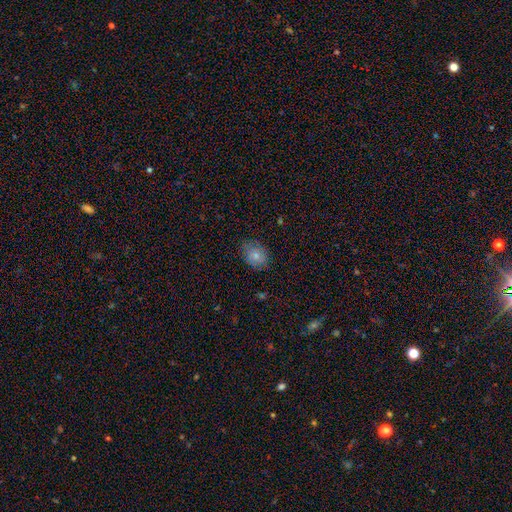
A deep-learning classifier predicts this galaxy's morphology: Smooth or featured?
  - smooth: 75% *
  - featured or disk: 15%
  - star or artifact: 9%
How rounded?
  - round: 50% *
  - in between: 49%
  - cigar-shaped: 1%
Merging?
  - none: 76% *
  - minor disturbance: 19%
  - major disturbance: 4%
  - merger: 1%